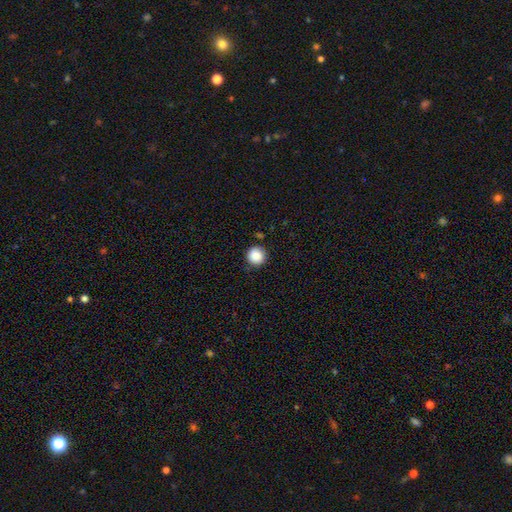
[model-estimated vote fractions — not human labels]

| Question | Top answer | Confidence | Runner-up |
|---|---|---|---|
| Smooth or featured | smooth | 88% | star or artifact (9%) |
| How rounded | round | 95% | in between (4%) |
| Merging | none | 88% | minor disturbance (8%) |